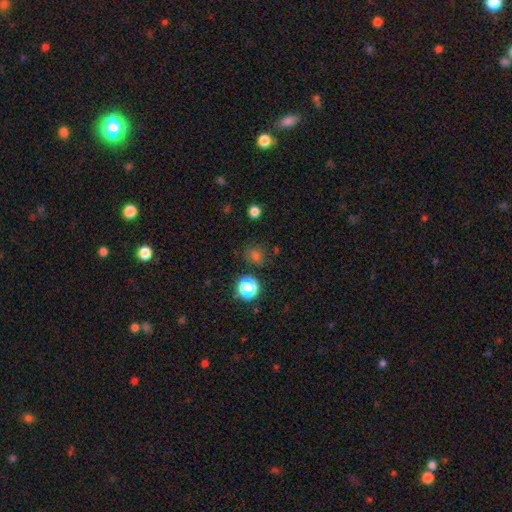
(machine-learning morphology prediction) This is likely a smooth galaxy (64%). How rounded: likely round (74%). Merging: clearly none (80%).